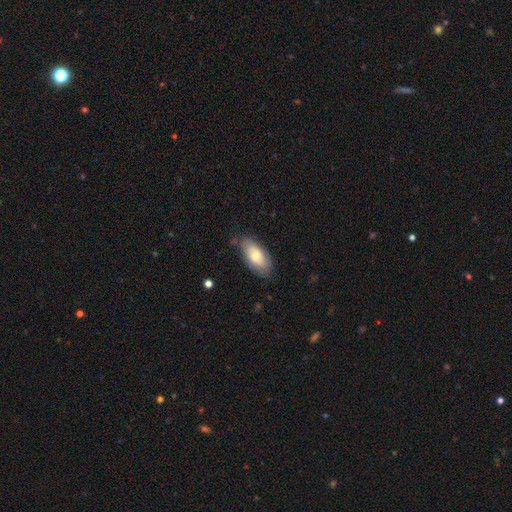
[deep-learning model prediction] Smooth or featured? Predicted: smooth (p=0.70). How rounded? Predicted: in between (p=0.91). Merging? Predicted: none (p=0.66).